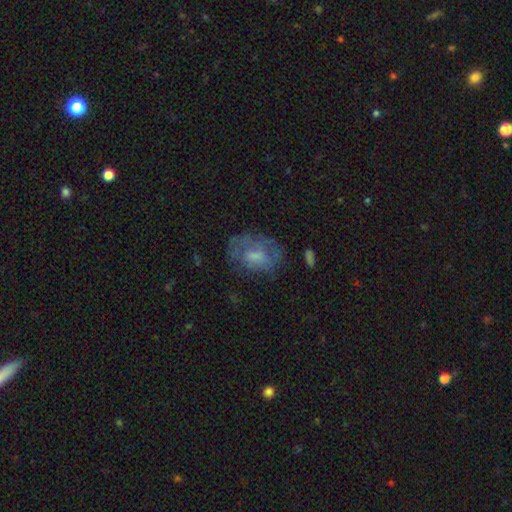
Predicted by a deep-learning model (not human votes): This appears to be a featured or disk galaxy (45%). Merging: none (55%).